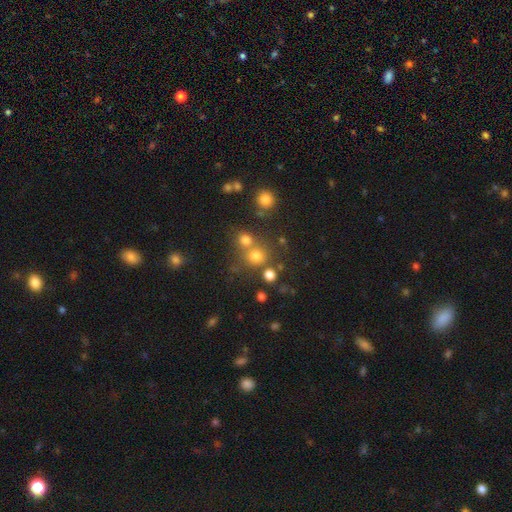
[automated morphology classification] smooth-or-featured: smooth: 70% | star or artifact: 21% | featured or disk: 9%
  how-rounded: round: 87% | in between: 12% | cigar-shaped: 1%
  merging: none: 59% | merger: 30% | minor disturbance: 8% | major disturbance: 3%